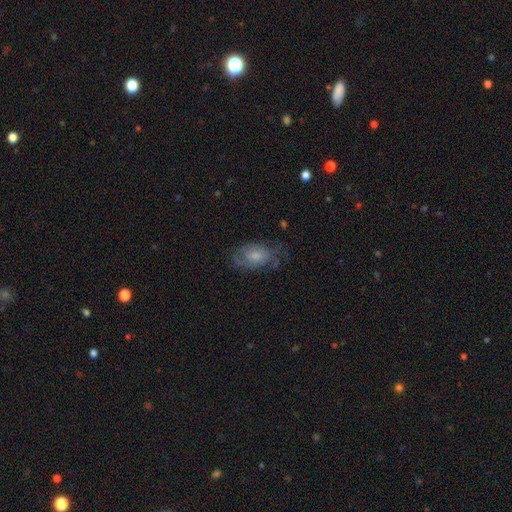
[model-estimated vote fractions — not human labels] featured or disk 48%, smooth 43%, star or artifact 9%. Down the decision tree: merging — none (58%).